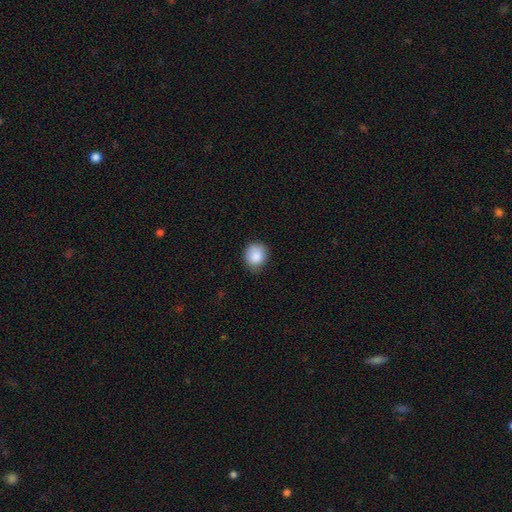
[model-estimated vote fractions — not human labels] Smooth or featured? smooth (87%)
How rounded? round (77%)
Merging? none (77%)